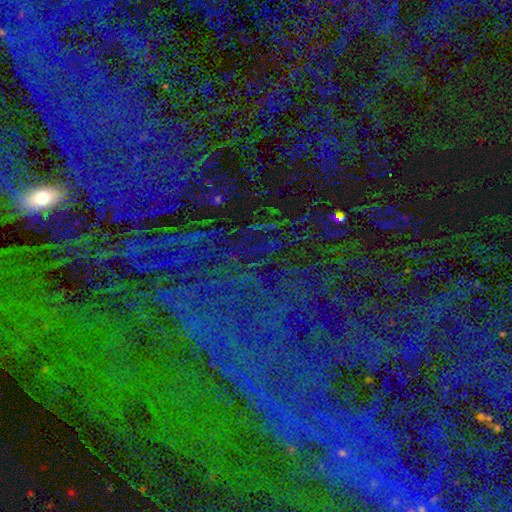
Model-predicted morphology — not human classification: The model was most divided on "smooth or featured": star or artifact: 83%, smooth: 9%, featured or disk: 8%.